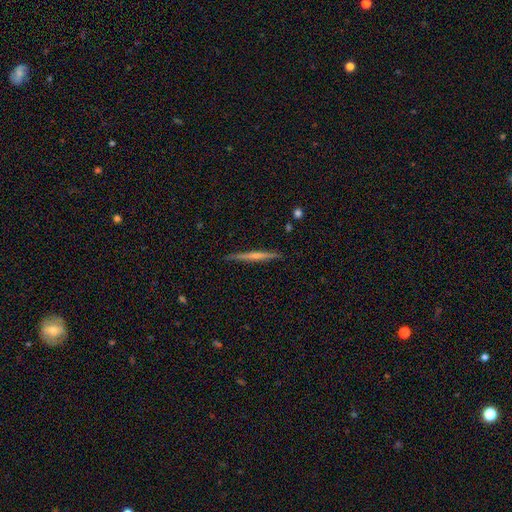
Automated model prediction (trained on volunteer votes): A featured or disk galaxy (54%) viewed edge-on (97%) with no central bulge (64%). Merging: none (89%).